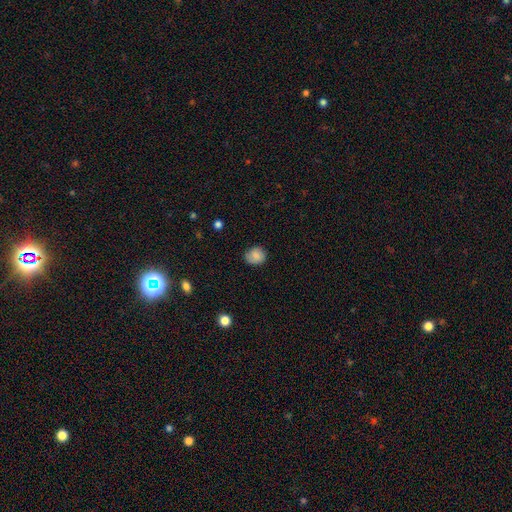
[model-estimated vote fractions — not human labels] Morphology: type=smooth (85%); roundness=round (77%); merging=none (77%).